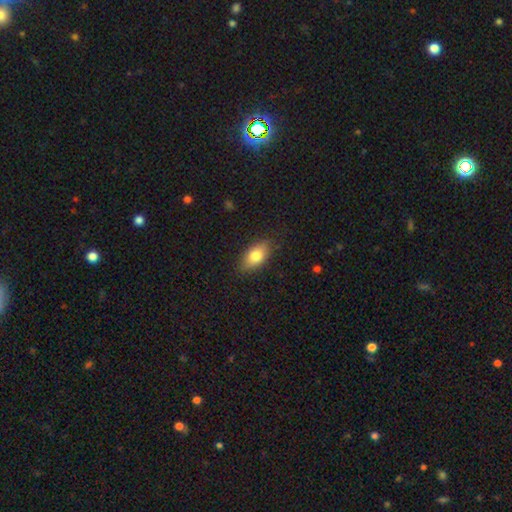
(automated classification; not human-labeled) Morphology: type=smooth (78%); roundness=in between (88%); merging=none (84%).